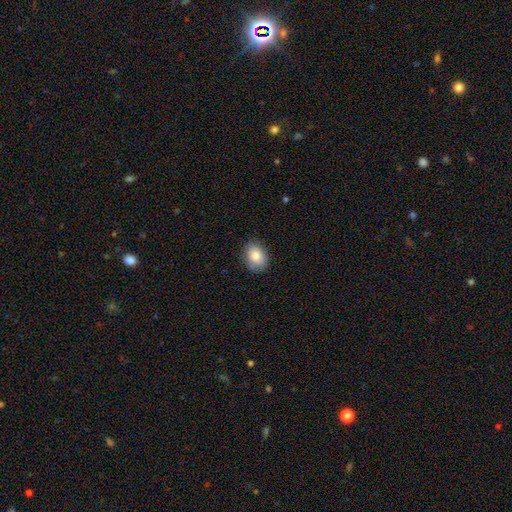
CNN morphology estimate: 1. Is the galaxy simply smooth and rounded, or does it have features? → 81% smooth, 11% featured or disk, 8% star or artifact.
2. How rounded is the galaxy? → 63% in between, 36% round, 1% cigar-shaped.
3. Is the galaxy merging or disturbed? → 83% none, 14% minor disturbance, 3% major disturbance, 1% merger.